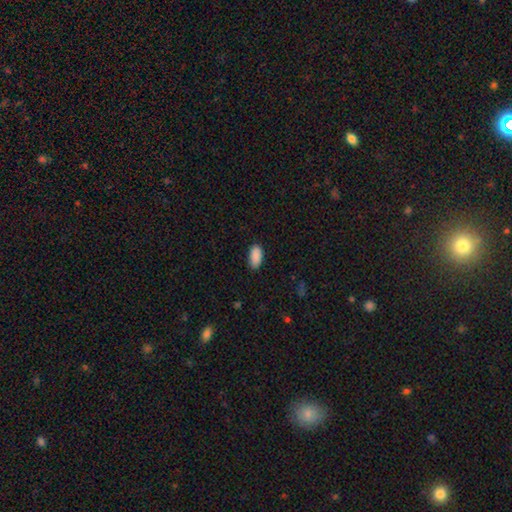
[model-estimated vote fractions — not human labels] smooth-or-featured: smooth: 90% | star or artifact: 7% | featured or disk: 3%
  how-rounded: in between: 94% | cigar-shaped: 4% | round: 2%
  merging: none: 86% | minor disturbance: 11% | major disturbance: 2% | merger: 1%